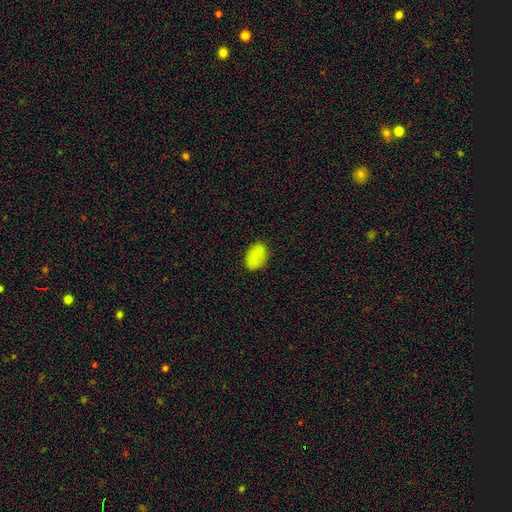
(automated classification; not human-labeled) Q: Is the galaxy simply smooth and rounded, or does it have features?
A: smooth — 82%.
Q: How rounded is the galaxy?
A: in between — 87%.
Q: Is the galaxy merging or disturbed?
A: none — 81%.